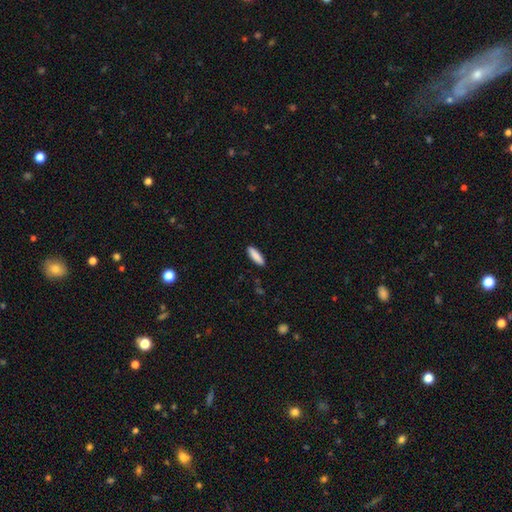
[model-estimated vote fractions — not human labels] The model was most divided on "how rounded": cigar-shaped: 59%, in between: 40%, round: 2%. More confident: merging — none (90%); smooth or featured — smooth (89%).